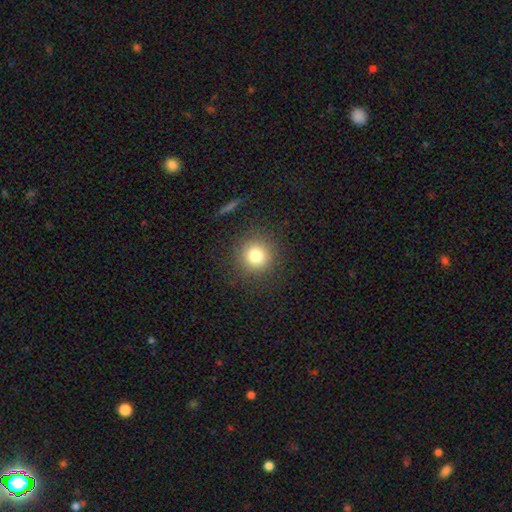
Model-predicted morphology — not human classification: A smooth galaxy with no disk features (79%) that is round (94%). Merging: none (89%).